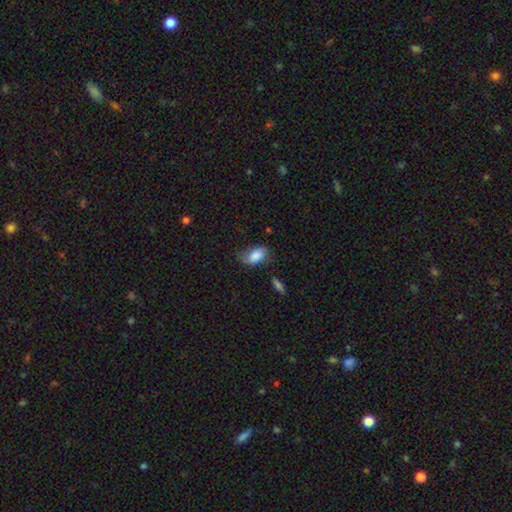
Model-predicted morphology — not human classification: Overall: smooth (76%). How rounded: in between (91%). Merging: none (46%; minor disturbance 35%).